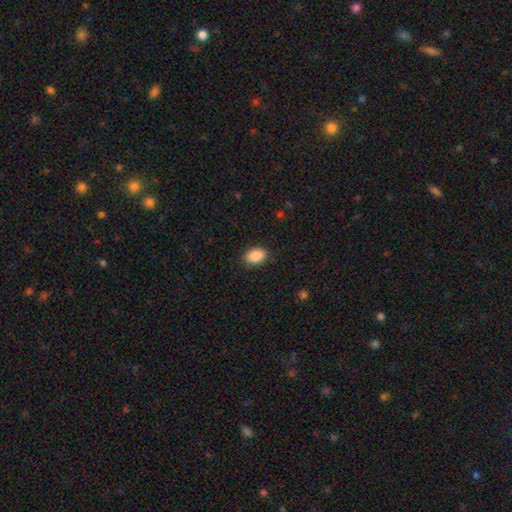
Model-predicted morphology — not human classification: smooth-or-featured: smooth: 89% | star or artifact: 7% | featured or disk: 3%
  how-rounded: in between: 87% | round: 12% | cigar-shaped: 1%
  merging: none: 87% | minor disturbance: 9% | major disturbance: 2% | merger: 1%